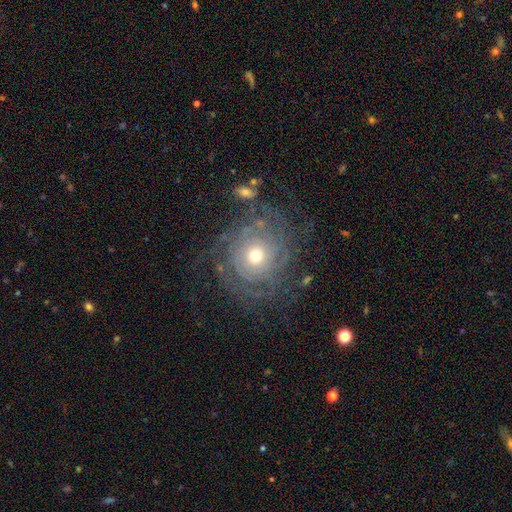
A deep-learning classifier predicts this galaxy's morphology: This is likely a featured or disk galaxy (78%). It is clearly not viewed edge-on (97%). Bar: clearly no (84%). Spiral arm pattern: clearly yes (89%). Spiral arm count: marginally can't tell (44%). Spiral winding: likely tight (74%). Central bulge: possibly moderate (53%). Merging: likely none (71%).